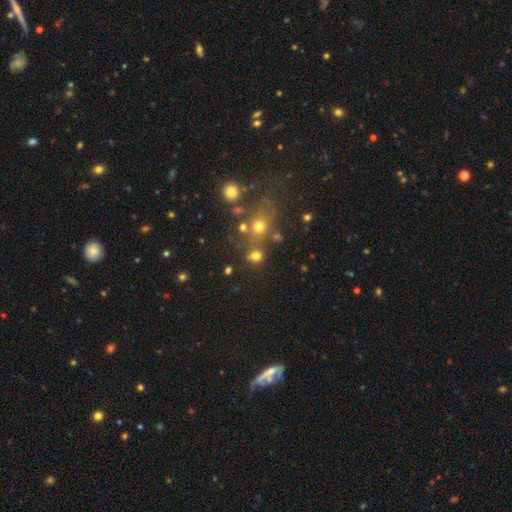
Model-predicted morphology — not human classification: Smooth or featured? smooth (71%)
How rounded? round (76%)
Merging? none (64%)